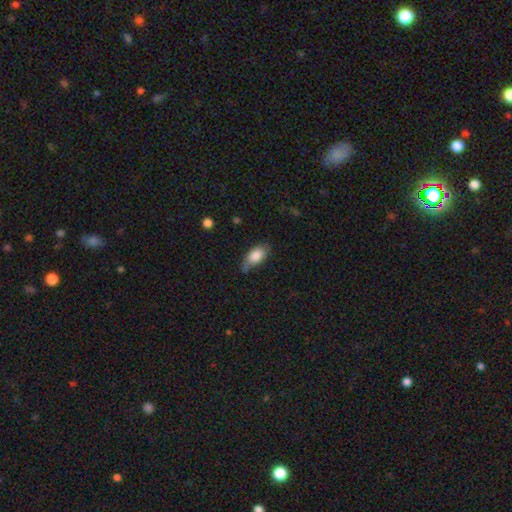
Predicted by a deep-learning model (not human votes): Q: Smooth or featured?
A: smooth (84%); runner-up: featured or disk (9%)
Q: How rounded?
A: in between (91%); runner-up: cigar-shaped (5%)
Q: Merging?
A: none (56%); runner-up: minor disturbance (31%)